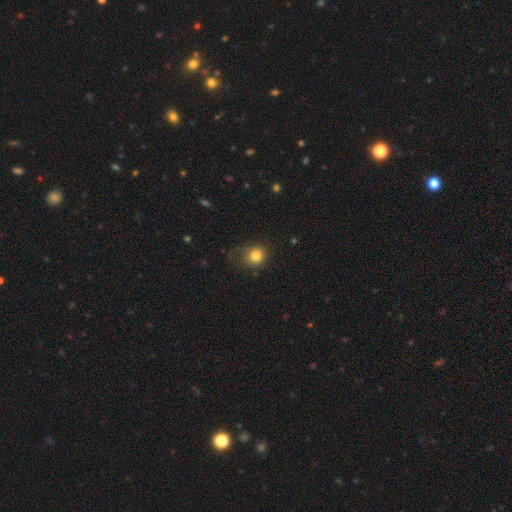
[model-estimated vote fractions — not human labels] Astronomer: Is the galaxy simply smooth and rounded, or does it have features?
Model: smooth — 81%.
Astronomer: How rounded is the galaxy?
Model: round — 75%.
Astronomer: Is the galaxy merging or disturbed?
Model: none — 63%.